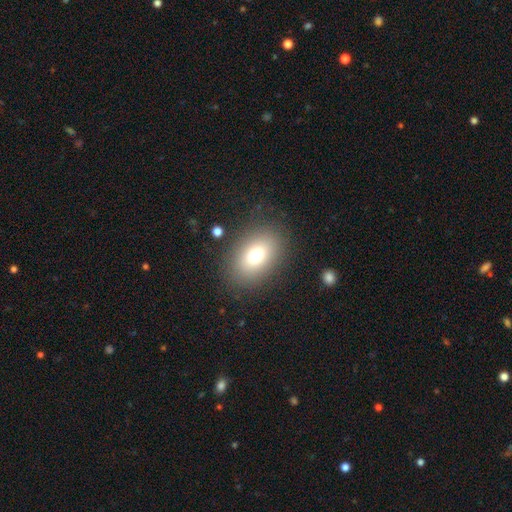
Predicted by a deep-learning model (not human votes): Q: Smooth or featured?
A: smooth (73%); runner-up: featured or disk (14%)
Q: How rounded?
A: in between (72%); runner-up: round (27%)
Q: Merging?
A: none (84%); runner-up: minor disturbance (9%)